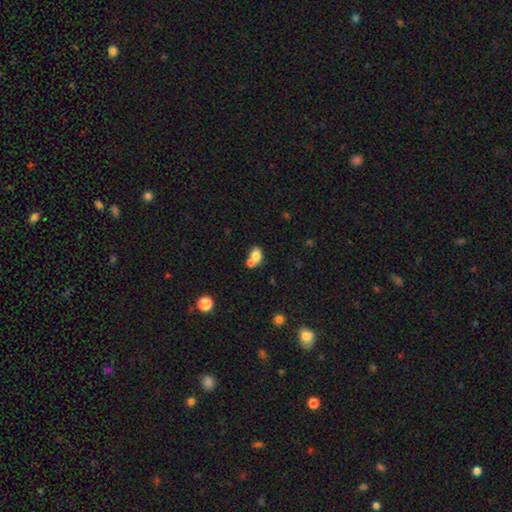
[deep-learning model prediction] Morphology: type=smooth (76%); roundness=in between (51%); merging=merger (56%).